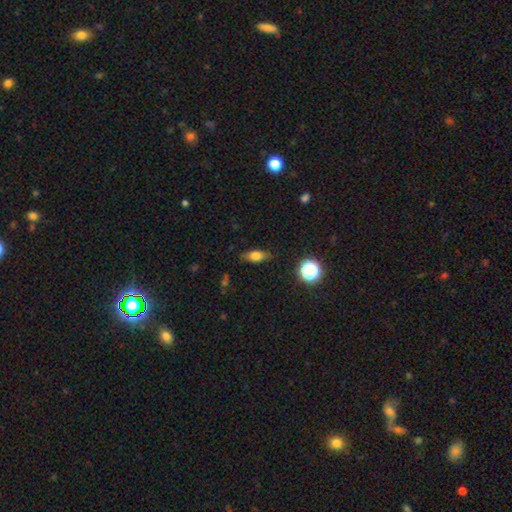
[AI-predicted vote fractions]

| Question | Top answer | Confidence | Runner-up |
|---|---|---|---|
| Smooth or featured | smooth | 71% | featured or disk (18%) |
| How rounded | in between | 69% | cigar-shaped (20%) |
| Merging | none | 84% | minor disturbance (12%) |